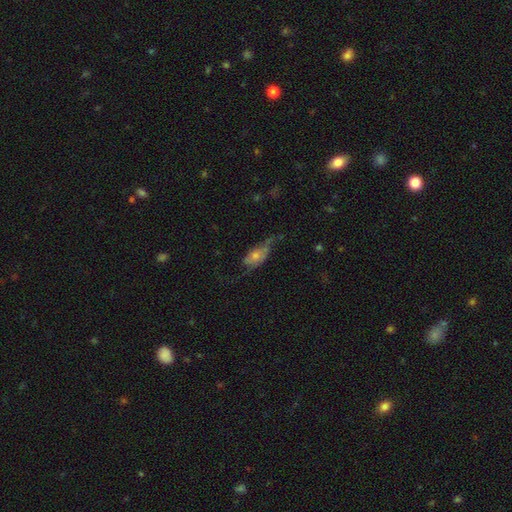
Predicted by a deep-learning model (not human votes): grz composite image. It shows a featured or disk galaxy (55%). Merging: none (36%).